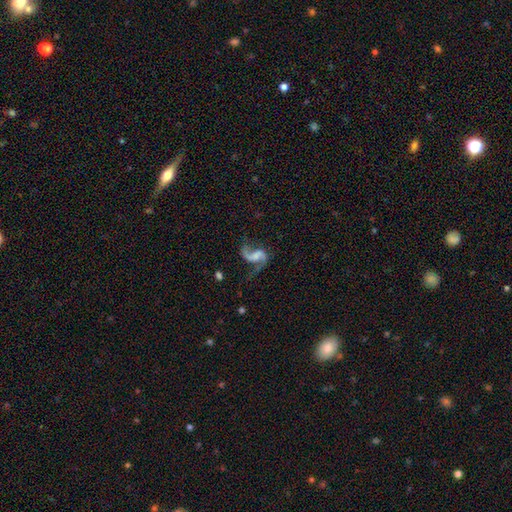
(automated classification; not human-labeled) smooth_or_featured: featured or disk (p=0.85) [alt: smooth p=0.09]
disk_edge_on: no (p=0.98) [alt: yes p=0.02]
bar: weak (p=0.42) [alt: no p=0.39]
has_spiral_arms: yes (p=0.95) [alt: no p=0.05]
spiral_winding: loose (p=0.75) [alt: medium p=0.21]
spiral_arm_count: 2 (p=0.89) [alt: 1 p=0.07]
bulge_size: none (p=0.52) [alt: small p=0.24]
merging: none (p=0.56) [alt: major disturbance p=0.23]